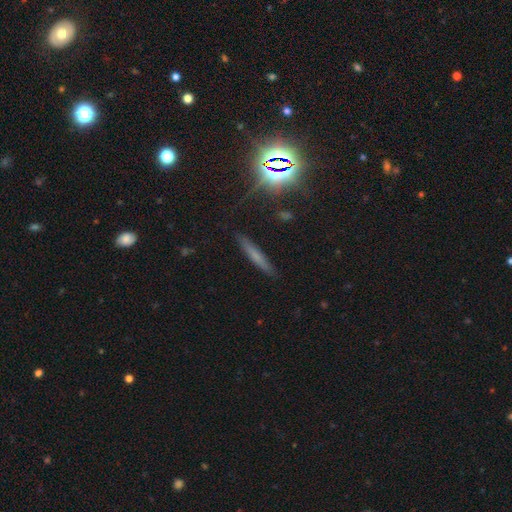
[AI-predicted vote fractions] smooth-or-featured: smooth: 53% | featured or disk: 29% | star or artifact: 18%
  how-rounded: cigar-shaped: 92% | in between: 5% | round: 2%
  merging: none: 86% | minor disturbance: 10% | major disturbance: 2% | merger: 2%